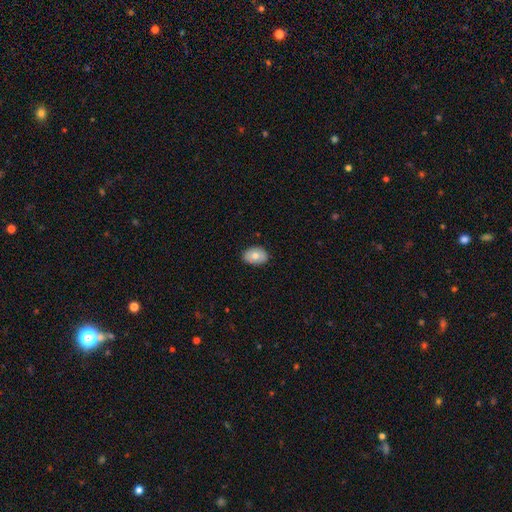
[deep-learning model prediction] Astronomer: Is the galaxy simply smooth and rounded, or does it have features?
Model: smooth — 74%.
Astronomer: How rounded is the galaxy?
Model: in between — 78%.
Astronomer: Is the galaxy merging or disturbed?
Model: none — 85%.